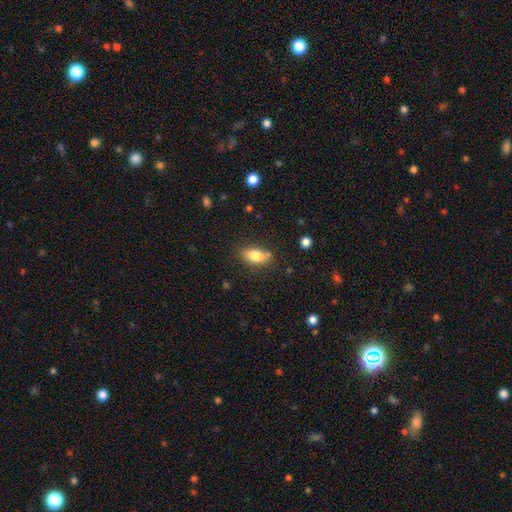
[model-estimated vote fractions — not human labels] This appears to be a smooth galaxy with no disk features (78%) that is in between round and cigar-shaped (84%). Merging: none (73%).